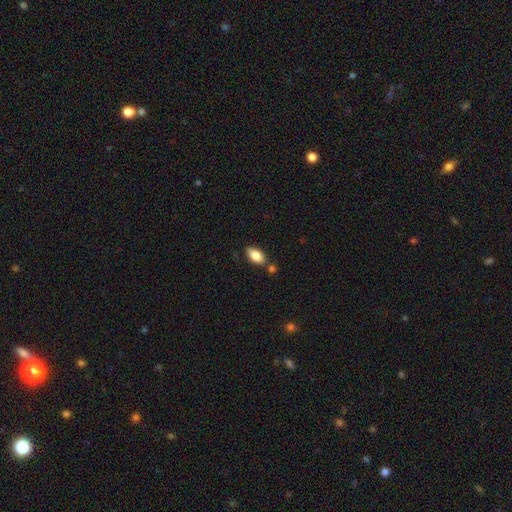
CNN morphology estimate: smooth-or-featured: smooth: 81% | featured or disk: 12% | star or artifact: 7%
  how-rounded: in between: 90% | cigar-shaped: 7% | round: 3%
  merging: none: 74% | minor disturbance: 13% | merger: 10% | major disturbance: 3%